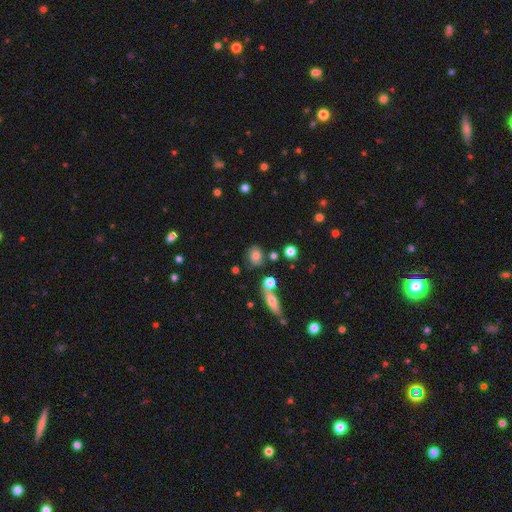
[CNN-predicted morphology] This appears to be a smooth galaxy with no disk features (63%) that is round (57%). Merging: none (64%).